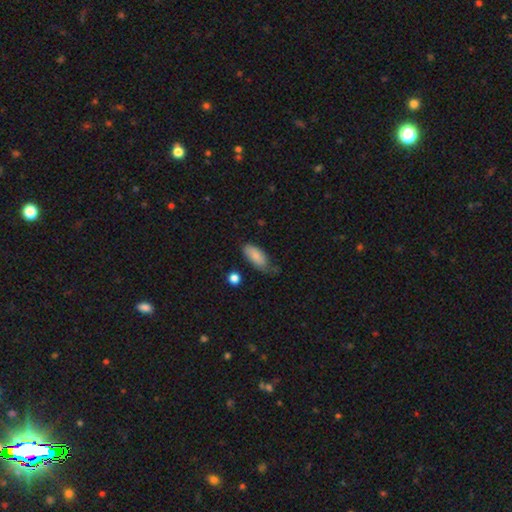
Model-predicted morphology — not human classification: This is clearly a smooth galaxy (82%). How rounded: clearly in between (87%). Merging: possibly none (51%).